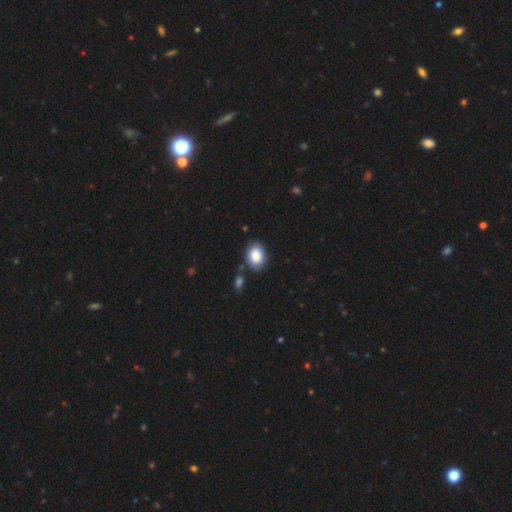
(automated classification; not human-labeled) Smooth or featured? Predicted: smooth (p=0.87). How rounded? Predicted: in between (p=0.79). Merging? Predicted: none (p=0.77).